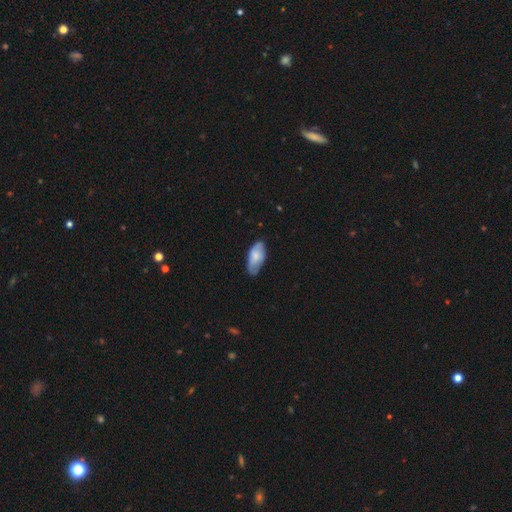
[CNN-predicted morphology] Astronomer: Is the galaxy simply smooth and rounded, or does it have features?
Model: smooth — 64%.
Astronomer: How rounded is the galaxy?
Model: in between — 91%.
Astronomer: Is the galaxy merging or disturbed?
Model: none — 68%.